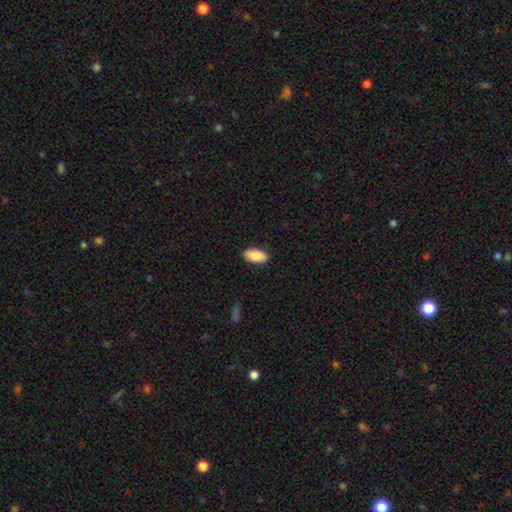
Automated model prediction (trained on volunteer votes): Overall: smooth (88%). How rounded: in between (93%). Merging: none (89%).